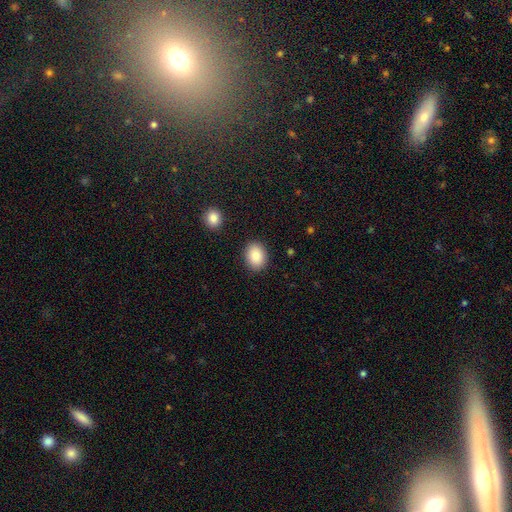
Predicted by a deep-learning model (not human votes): A smooth galaxy with no disk features (88%) that is in between round and cigar-shaped (65%).

Vote fractions:
- Smooth or featured? smooth: 88% / star or artifact: 7% / featured or disk: 4%
- How rounded? in between: 65% / round: 34% / cigar-shaped: 1%
- Merging? none: 88% / minor disturbance: 8% / major disturbance: 2% / merger: 2%